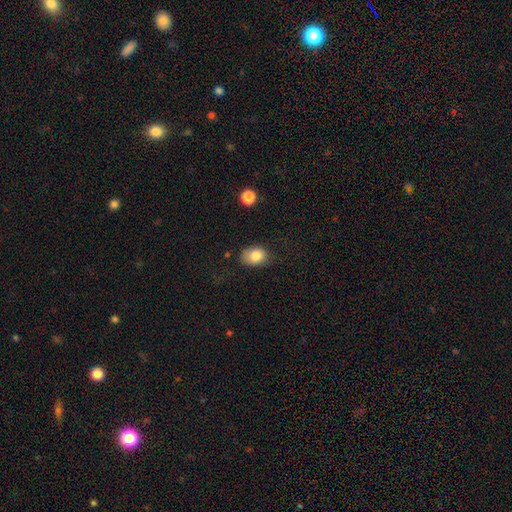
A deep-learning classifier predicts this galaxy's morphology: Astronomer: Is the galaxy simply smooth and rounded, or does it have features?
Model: smooth — 82%.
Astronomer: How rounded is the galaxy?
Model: in between — 70%.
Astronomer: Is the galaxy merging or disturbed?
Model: none — 66%.